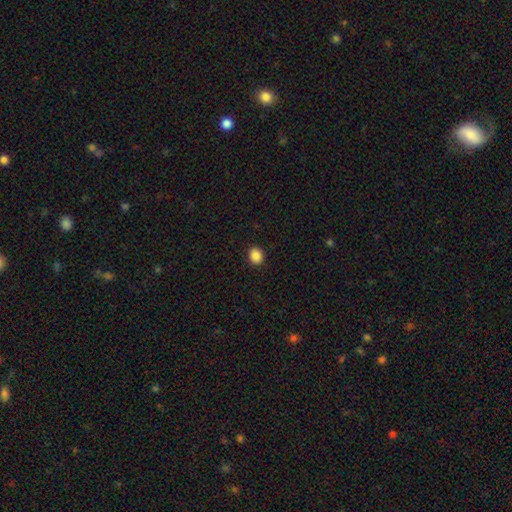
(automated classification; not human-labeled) smooth_or_featured: smooth (p=0.88) [alt: star or artifact p=0.10]
how_rounded: round (p=0.67) [alt: in between p=0.32]
merging: none (p=0.92) [alt: minor disturbance p=0.06]